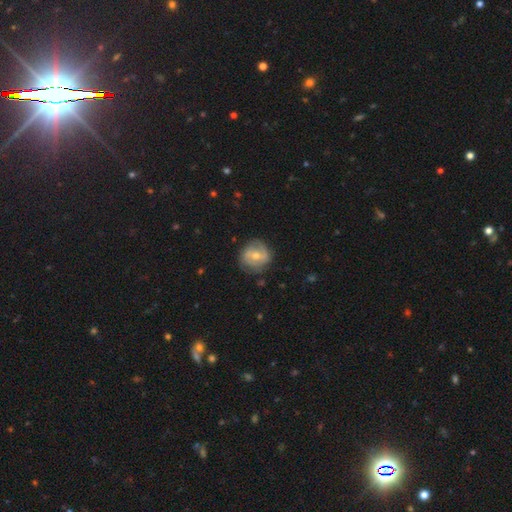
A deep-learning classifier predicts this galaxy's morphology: The model was most divided on "bar": weak: 46%, no: 39%, strong: 15%. Remaining: edge-on disk — no (97%); spiral arms — yes (89%); merging — none (78%); spiral arm count — 2 (74%); smooth or featured — featured or disk (71%); bulge size — moderate (62%); spiral winding — medium (45%).